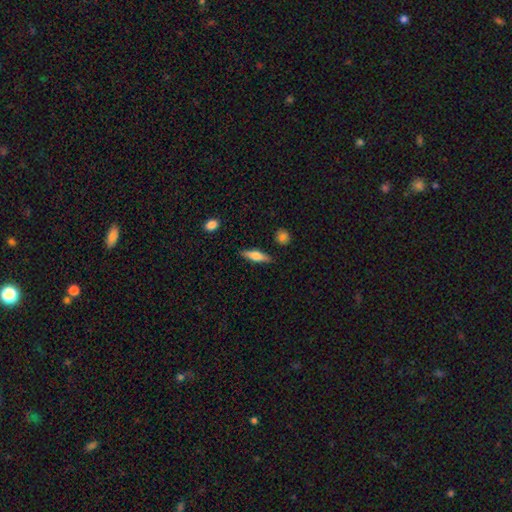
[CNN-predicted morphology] The model was most divided on "smooth or featured": smooth: 56%, featured or disk: 38%, star or artifact: 6%. More confident: merging — none (87%); how rounded — cigar-shaped (65%).